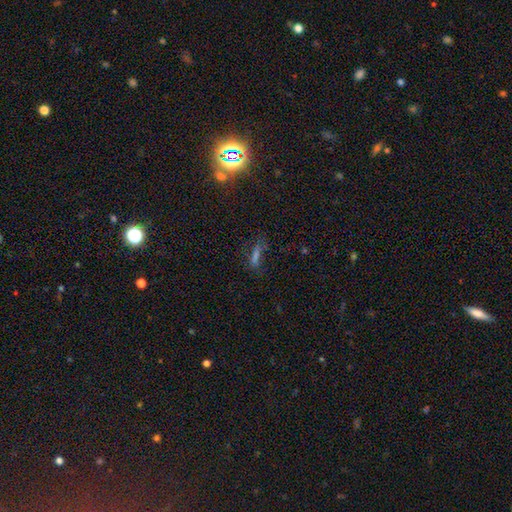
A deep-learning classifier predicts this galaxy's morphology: Smooth or featured: smooth — 41% (tied with star or artifact — 41%)
Merging: none — 64% (minor disturbance — 19%)